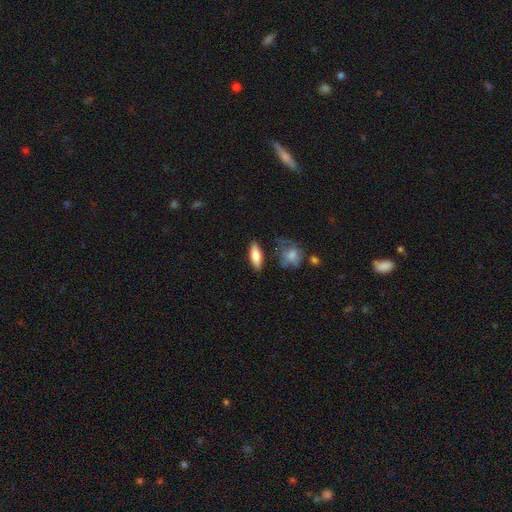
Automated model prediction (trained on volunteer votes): Q: Smooth or featured?
A: smooth (76%); runner-up: featured or disk (18%)
Q: How rounded?
A: in between (66%); runner-up: cigar-shaped (31%)
Q: Merging?
A: none (80%); runner-up: minor disturbance (13%)